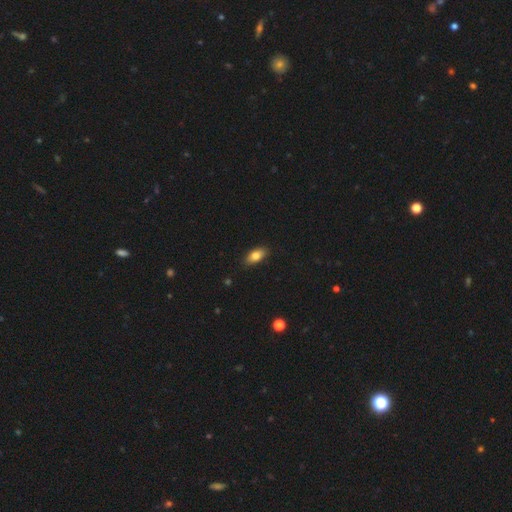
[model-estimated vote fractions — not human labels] Smooth or featured? smooth (82%)
How rounded? in between (88%)
Merging? none (87%)